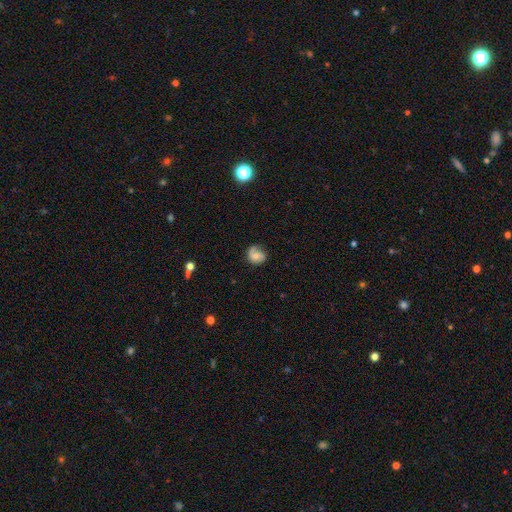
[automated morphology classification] Smooth or featured? Predicted: smooth (p=0.49). Merging? Predicted: none (p=0.57).